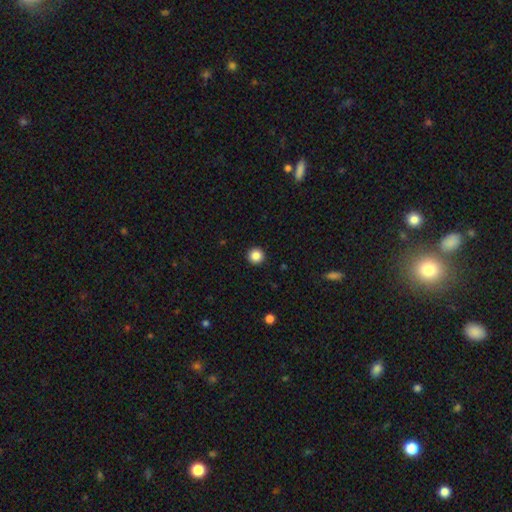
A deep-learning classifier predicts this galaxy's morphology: A smooth galaxy with no disk features (87%) that is round (96%). Merging: none (94%).